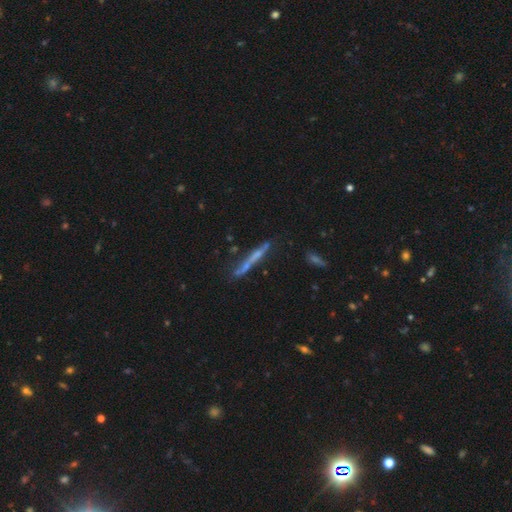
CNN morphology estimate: Smooth or featured: featured or disk — 53% (smooth — 37%)
Edge-on disk: yes — 89% (no — 11%)
Merging: none — 71% (minor disturbance — 18%)